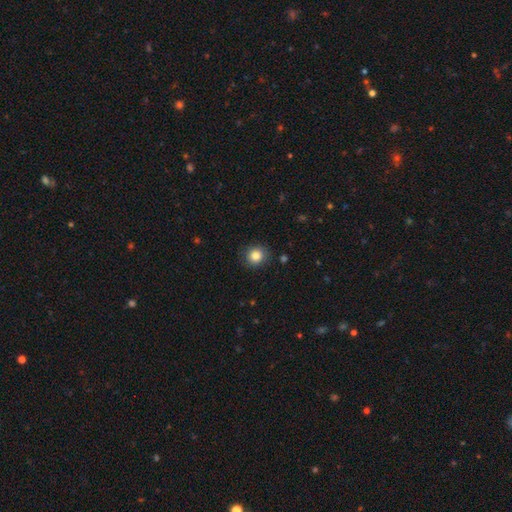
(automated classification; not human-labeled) Overall: smooth (85%). How rounded: round (84%). Merging: none (87%).